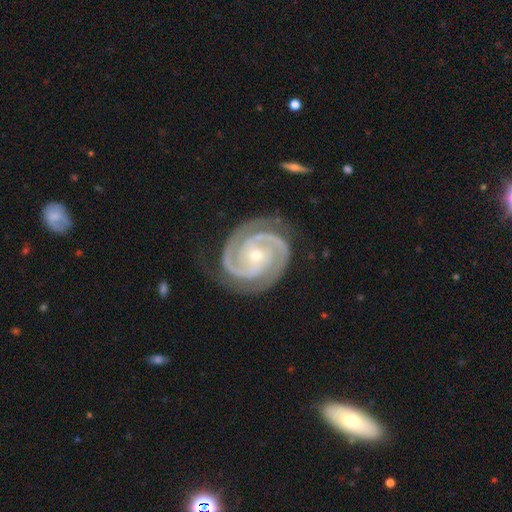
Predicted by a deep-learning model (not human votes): smooth-or-featured: featured or disk: 94% | star or artifact: 4% | smooth: 2%
  disk-edge-on: no: 98% | yes: 2%
    bar: no: 61% | weak: 25% | strong: 14%
    has-spiral-arms: yes: 99% | no: 1%
      spiral-winding: tight: 71% | medium: 27% | loose: 3%
      spiral-arm-count: 2: 89% | 3: 5% | can't tell: 2% | 4: 1% | 1: 1% | more than 4: 1%
    bulge-size: small: 55% | moderate: 42% | large: 1% | none: 1% | dominant: 1%
  merging: none: 83% | minor disturbance: 12% | major disturbance: 3% | merger: 1%